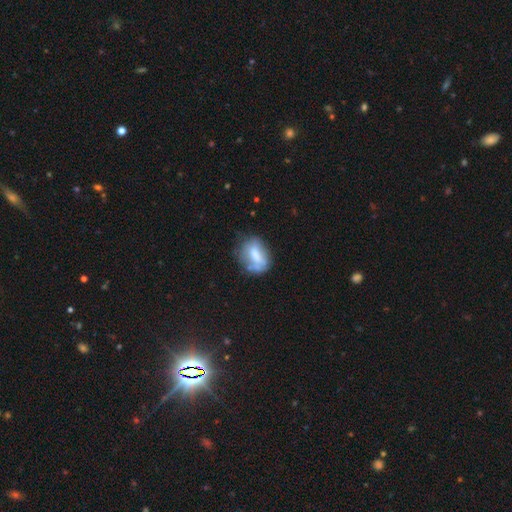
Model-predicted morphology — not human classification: smooth_or_featured: smooth (p=0.59) [alt: featured or disk p=0.32]
how_rounded: in between (p=0.68) [alt: round p=0.30]
merging: none (p=0.51) [alt: minor disturbance p=0.27]